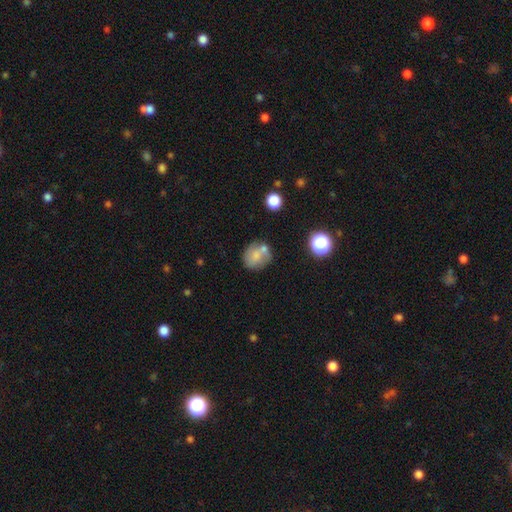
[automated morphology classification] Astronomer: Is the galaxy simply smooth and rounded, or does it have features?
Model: smooth — 65%.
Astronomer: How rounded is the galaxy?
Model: round — 72%.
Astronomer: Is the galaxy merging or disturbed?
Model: none — 46% (runner-up: merger, 29%).